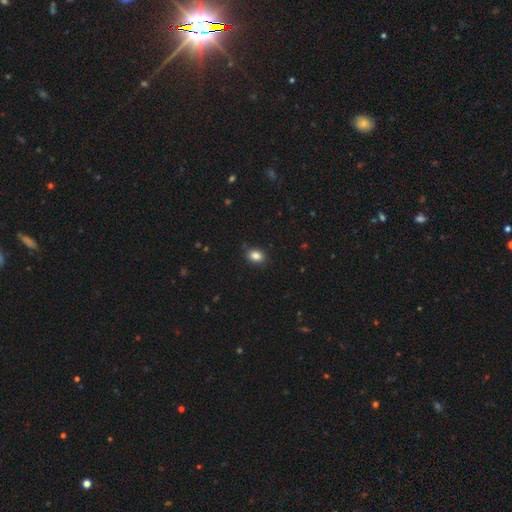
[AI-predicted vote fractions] smooth_or_featured: smooth (p=0.85) [alt: star or artifact p=0.10]
how_rounded: in between (p=0.61) [alt: round p=0.38]
merging: none (p=0.85) [alt: minor disturbance p=0.11]